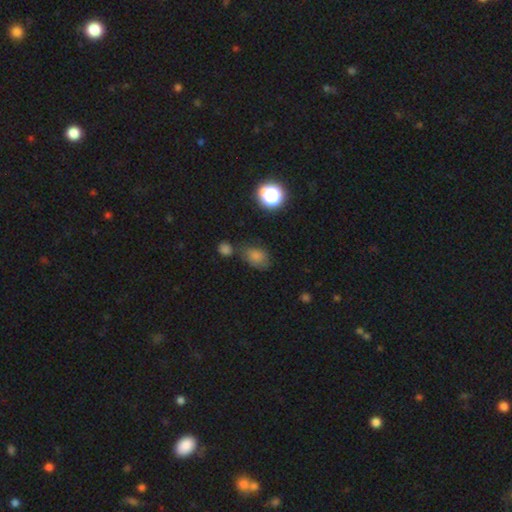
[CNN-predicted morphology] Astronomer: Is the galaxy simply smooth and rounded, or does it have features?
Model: smooth — 69%.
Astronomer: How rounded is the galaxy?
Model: in between — 72%.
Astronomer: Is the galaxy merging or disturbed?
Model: none — 61%.